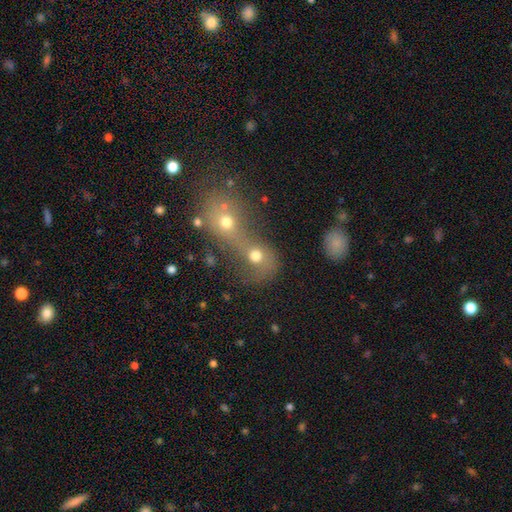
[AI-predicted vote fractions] This appears to be a smooth galaxy with no disk features (64%) that is round (69%). Merging: merger (75%).